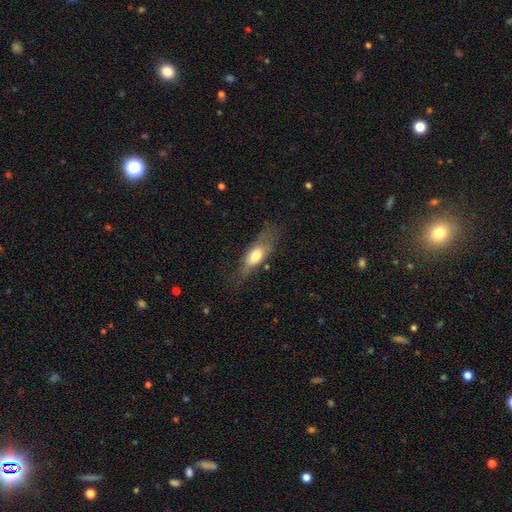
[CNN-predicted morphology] A smooth galaxy with no disk features (65%) that is in between round and cigar-shaped (71%). Merging: none (55%).